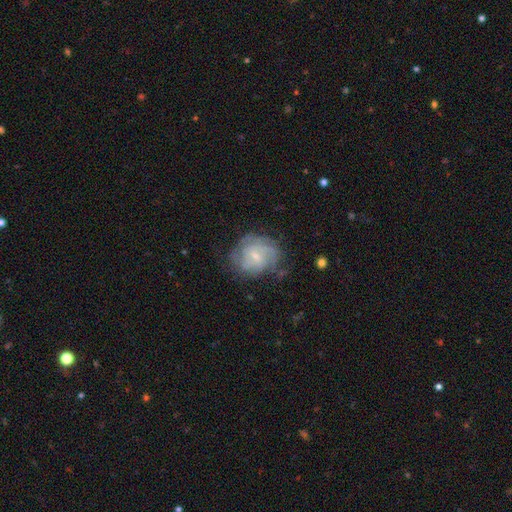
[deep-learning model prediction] Smooth or featured? Predicted: featured or disk (p=0.70). Edge-on disk? Predicted: no (p=0.97). Bar? Predicted: no (p=0.48). Spiral arms? Predicted: yes (p=0.84). Spiral winding? Predicted: tight (p=0.55). Spiral arm count? Predicted: can't tell (p=0.47). Bulge size? Predicted: small (p=0.68). Merging? Predicted: none (p=0.60).